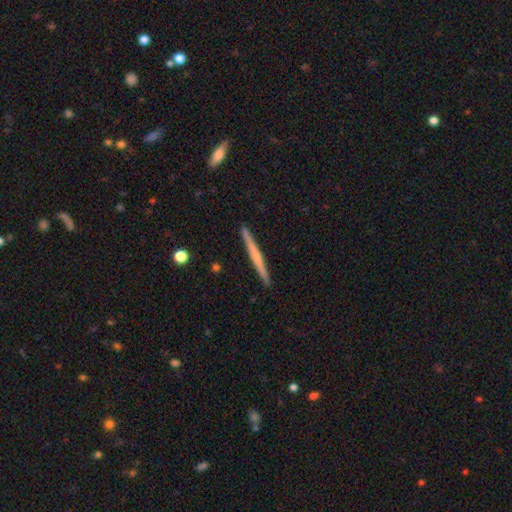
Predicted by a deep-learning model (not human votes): Q: Smooth or featured?
A: featured or disk (52%); runner-up: smooth (43%)
Q: Edge-on disk?
A: yes (98%); runner-up: no (2%)
Q: Edge-on bulge?
A: none (63%); runner-up: rounded (29%)
Q: Merging?
A: none (92%); runner-up: minor disturbance (6%)